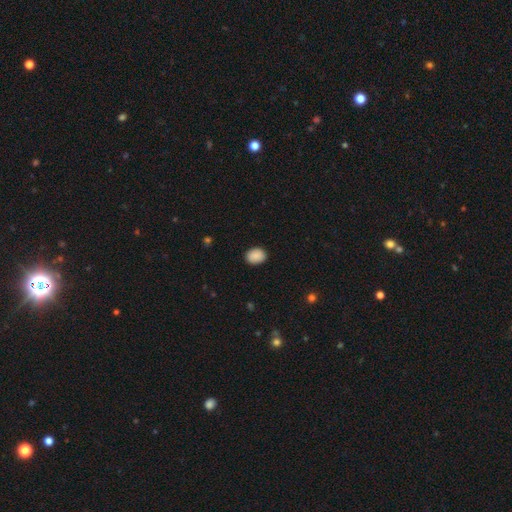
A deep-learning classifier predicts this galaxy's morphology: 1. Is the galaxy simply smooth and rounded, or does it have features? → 89% smooth, 8% star or artifact, 3% featured or disk.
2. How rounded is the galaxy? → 60% in between, 39% round, 1% cigar-shaped.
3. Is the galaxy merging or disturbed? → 88% none, 9% minor disturbance, 2% major disturbance, 1% merger.